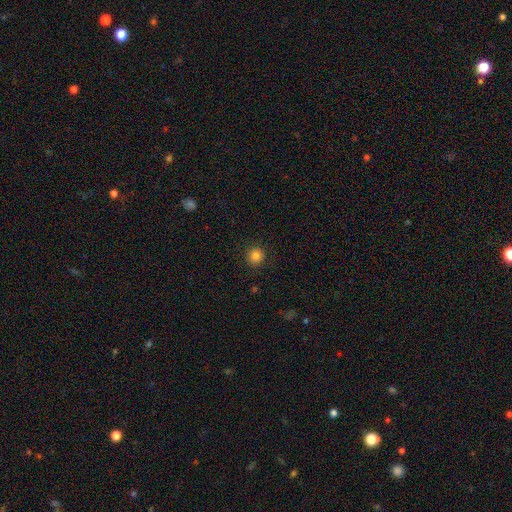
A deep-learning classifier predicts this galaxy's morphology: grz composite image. It shows a smooth galaxy with no disk features (83%) that is round (94%). Merging: none (92%).